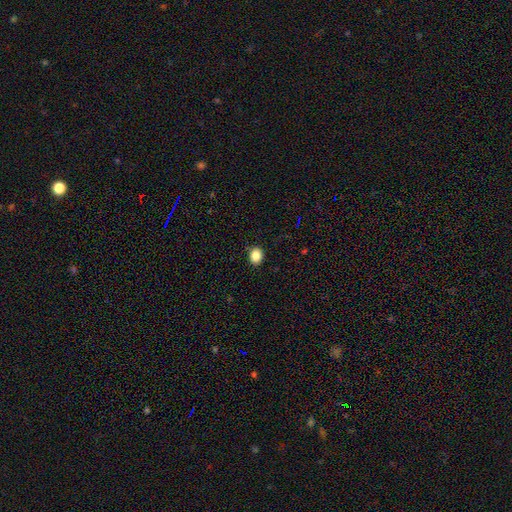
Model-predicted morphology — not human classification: smooth-or-featured: smooth: 88% | star or artifact: 9% | featured or disk: 3%
  how-rounded: in between: 50% | round: 49% | cigar-shaped: 1%
  merging: none: 89% | minor disturbance: 8% | major disturbance: 2% | merger: 1%